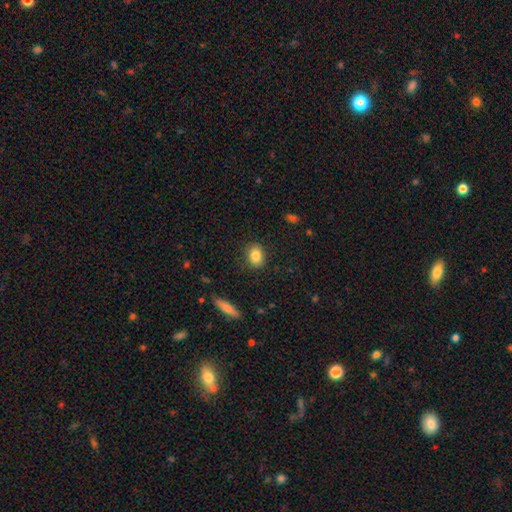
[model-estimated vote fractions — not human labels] This appears to be a smooth galaxy with no disk features (84%) that is in between round and cigar-shaped (64%). Merging: none (86%).